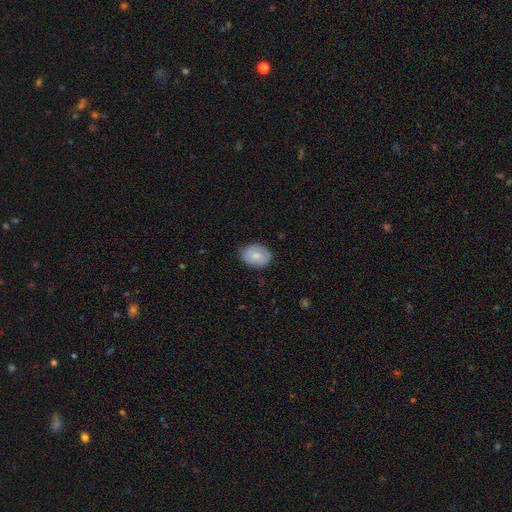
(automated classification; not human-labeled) A smooth galaxy with no disk features (74%) that is in between round and cigar-shaped (70%).

Vote fractions:
- Smooth or featured? smooth: 74% / featured or disk: 19% / star or artifact: 7%
- How rounded? in between: 70% / round: 29% / cigar-shaped: 1%
- Merging? none: 82% / minor disturbance: 15% / major disturbance: 3% / merger: 1%